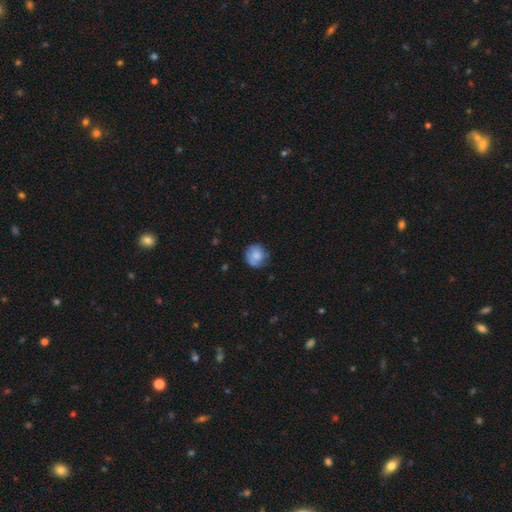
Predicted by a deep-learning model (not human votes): Smooth or featured? Predicted: smooth (p=0.71). How rounded? Predicted: round (p=0.83). Merging? Predicted: none (p=0.65).